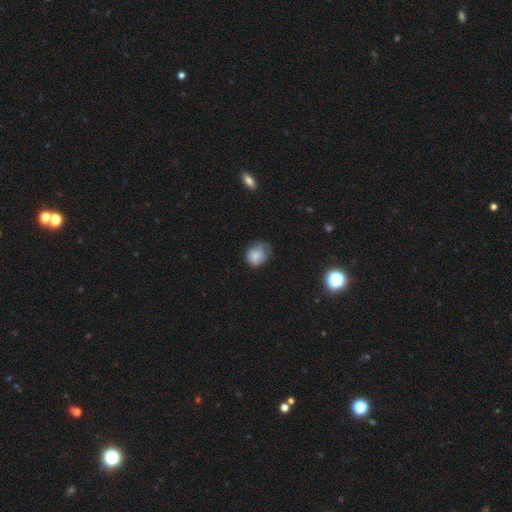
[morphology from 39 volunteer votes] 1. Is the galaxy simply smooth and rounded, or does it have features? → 87% smooth, 10% star or artifact, 3% featured or disk.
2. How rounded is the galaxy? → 53% round, 47% in between, 0% cigar-shaped.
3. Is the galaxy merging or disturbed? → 43% minor disturbance, 34% none, 23% major disturbance, 0% merger.